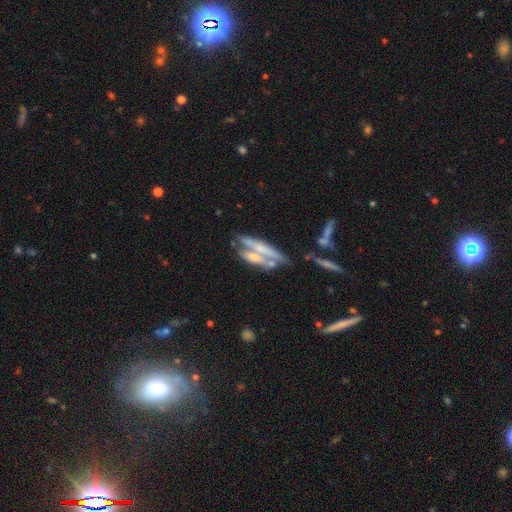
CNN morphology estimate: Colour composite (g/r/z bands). It shows a featured or disk galaxy (56%). Merging: merger (42%).